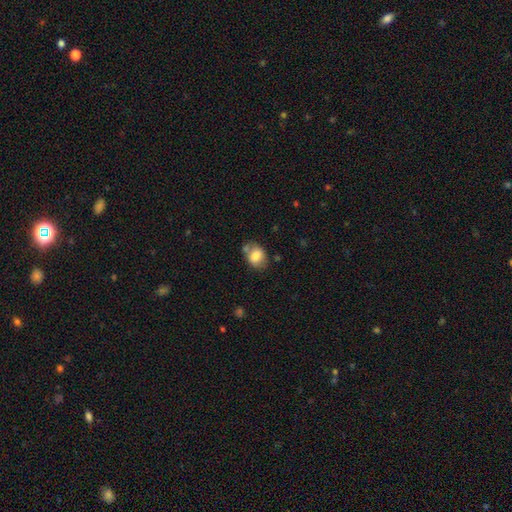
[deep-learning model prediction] A smooth galaxy with no disk features (78%) that is in between round and cigar-shaped (56%). Merging: none (55%).